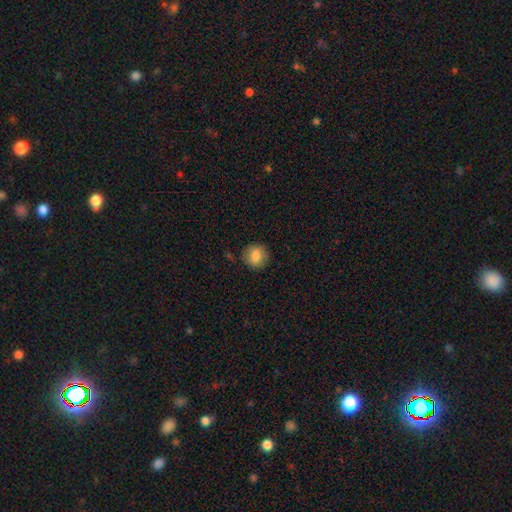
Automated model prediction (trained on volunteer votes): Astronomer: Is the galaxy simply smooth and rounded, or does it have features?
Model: smooth — 84%.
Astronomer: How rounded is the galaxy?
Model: round — 90%.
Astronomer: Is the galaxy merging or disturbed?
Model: none — 87%.